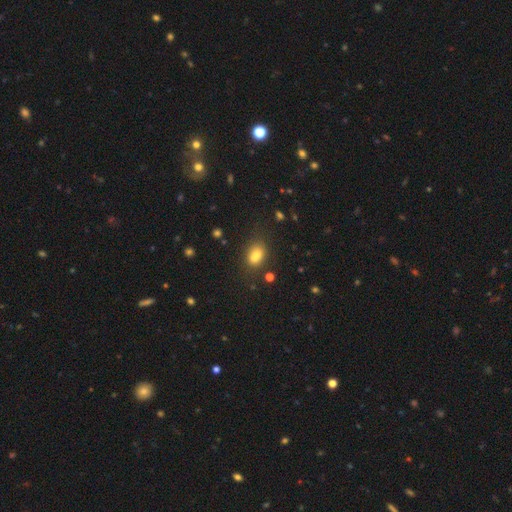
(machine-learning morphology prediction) smooth_or_featured: smooth (p=0.78) [alt: star or artifact p=0.12]
how_rounded: in between (p=0.80) [alt: round p=0.17]
merging: none (p=0.60) [alt: minor disturbance p=0.17]